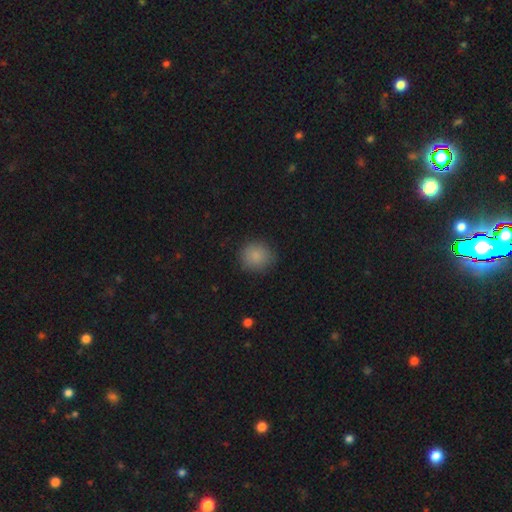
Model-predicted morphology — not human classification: Q: Smooth or featured?
A: smooth (86%); runner-up: star or artifact (9%)
Q: How rounded?
A: round (90%); runner-up: in between (9%)
Q: Merging?
A: none (86%); runner-up: minor disturbance (10%)